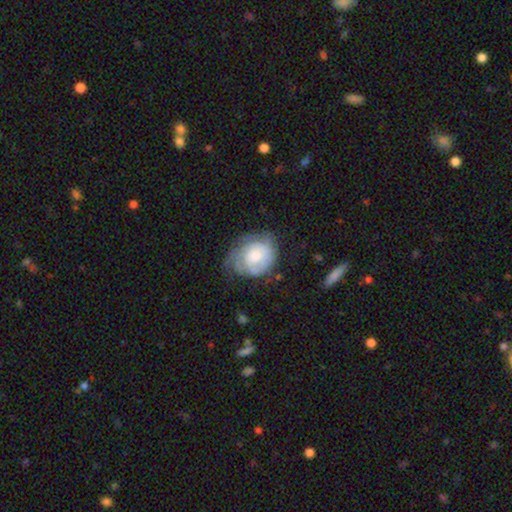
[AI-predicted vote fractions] Smooth or featured? featured or disk (56%)
Edge-on disk? no (97%)
Bar? no (80%)
Spiral arms? yes (77%)
Bulge size? moderate (41%)
Merging? none (53%)